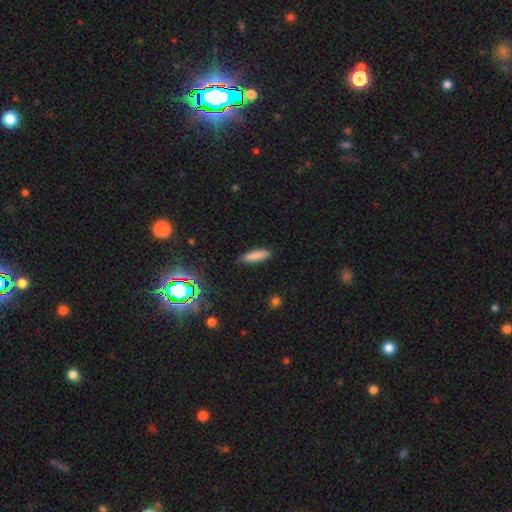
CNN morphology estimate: type=smooth (83%); roundness=cigar-shaped (67%); merging=none (86%).